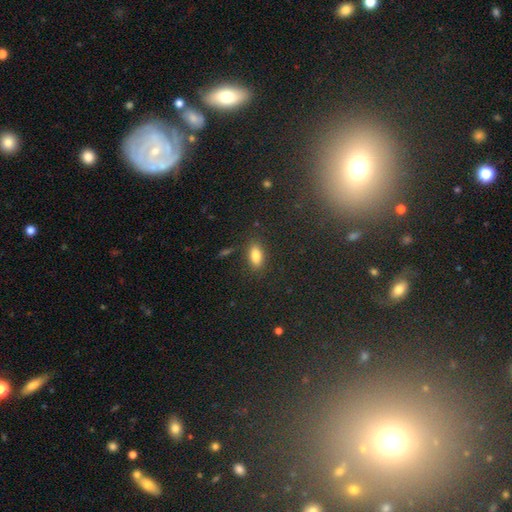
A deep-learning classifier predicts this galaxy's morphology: This appears to be a smooth galaxy with no disk features (82%) that is in between round and cigar-shaped (87%). Merging: none (83%).